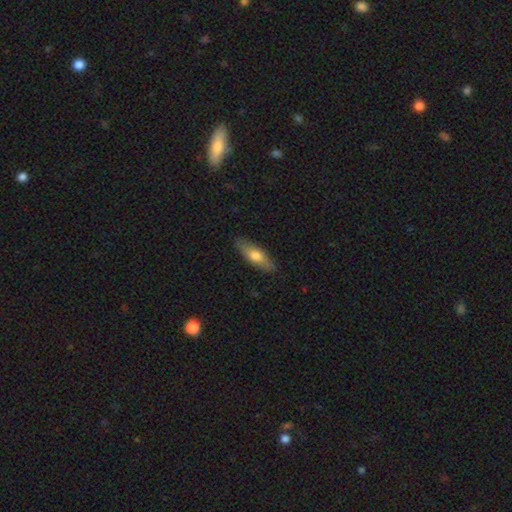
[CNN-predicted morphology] smooth 63%, featured or disk 31%, star or artifact 6%. Down the decision tree: how rounded — in between (52%); merging — none (87%).